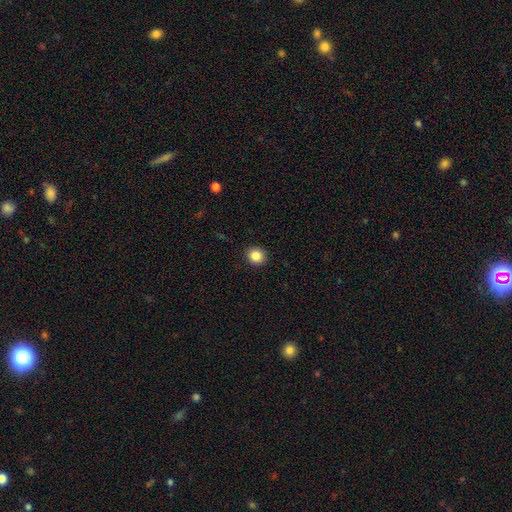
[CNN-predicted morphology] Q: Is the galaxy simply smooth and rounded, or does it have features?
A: smooth — 87%.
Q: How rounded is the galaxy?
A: round — 83%.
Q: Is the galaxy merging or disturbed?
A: none — 91%.